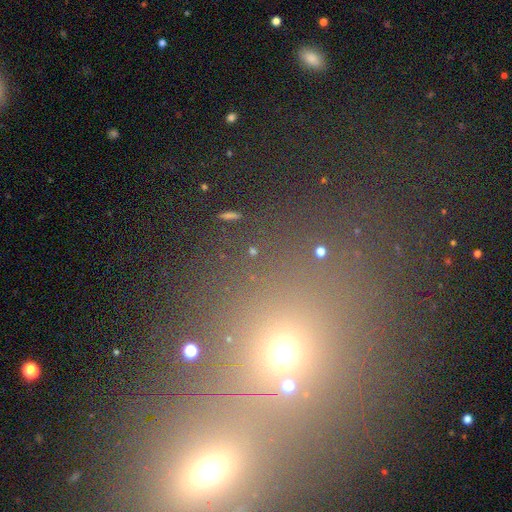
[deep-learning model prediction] Q: Smooth or featured?
A: star or artifact (48%); runner-up: smooth (41%)